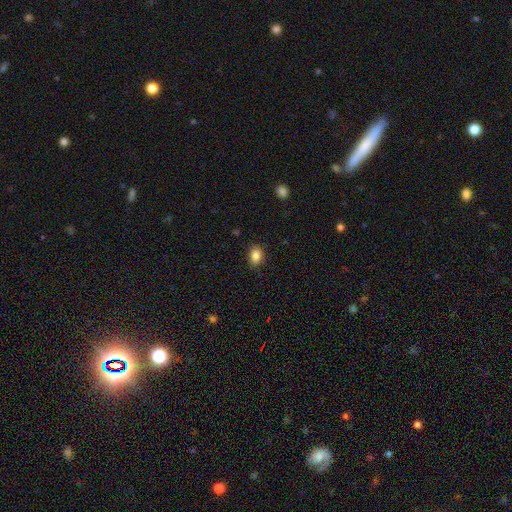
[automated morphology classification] A smooth galaxy with no disk features (85%) that is in between round and cigar-shaped (71%).

Vote fractions:
- Smooth or featured? smooth: 85% / star or artifact: 9% / featured or disk: 5%
- How rounded? in between: 71% / round: 28% / cigar-shaped: 1%
- Merging? none: 86% / minor disturbance: 10% / major disturbance: 2% / merger: 1%